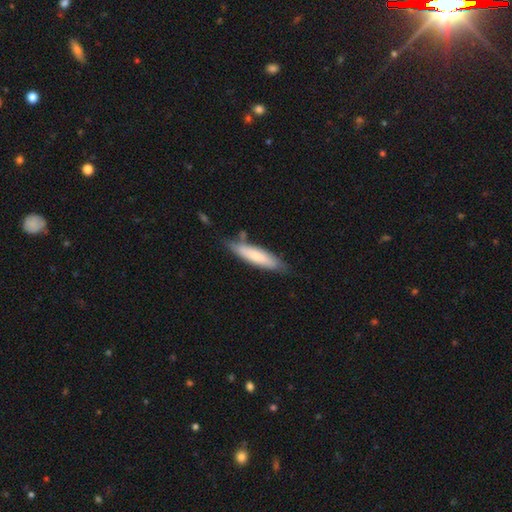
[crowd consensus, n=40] Smooth or featured: smooth — 65% (featured or disk — 28%)
How rounded: cigar-shaped — 73% (in between — 27%)
Merging: none — 84% (minor disturbance — 14%)